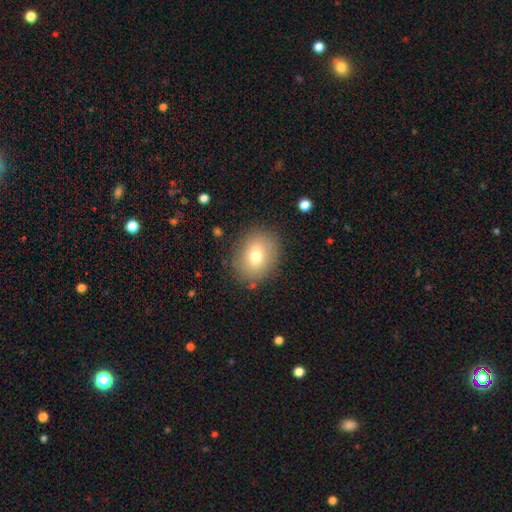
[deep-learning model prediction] smooth 73%, featured or disk 17%, star or artifact 10%. Down the decision tree: how rounded — round (51%); merging — none (84%).